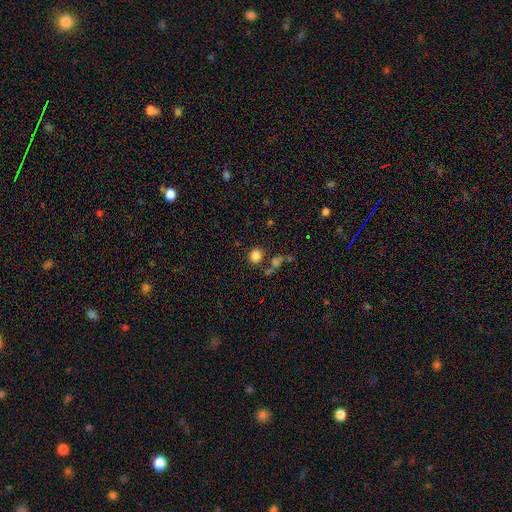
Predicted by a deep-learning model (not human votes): smooth 82%, star or artifact 13%, featured or disk 5%. Down the decision tree: how rounded — round (87%); merging — none (75%).